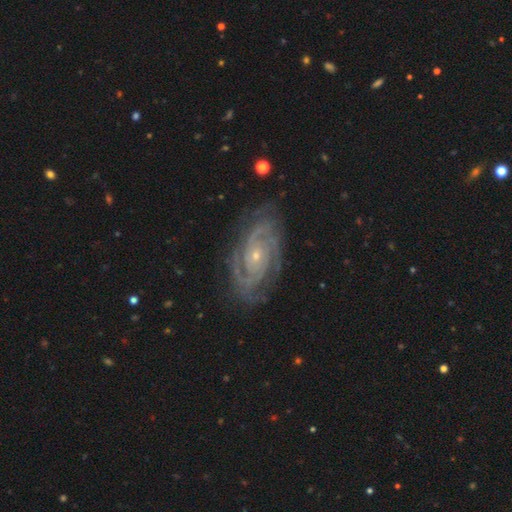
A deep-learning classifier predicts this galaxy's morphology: The model was most divided on "spiral arm count": 2: 55%, 3: 16%, can't tell: 14%, 4: 6%, more than 4: 4%, 1: 4%. More confident: spiral arms — yes (98%); edge-on disk — no (96%); smooth or featured — featured or disk (89%); merging — none (78%); bulge size — small (76%); bar — no (71%); spiral winding — tight (68%).